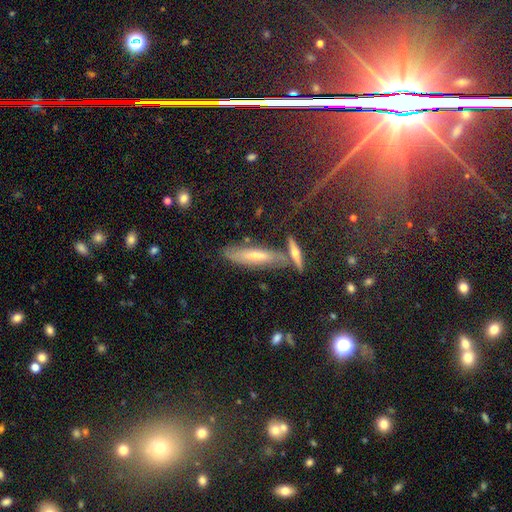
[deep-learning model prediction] Smooth or featured? Predicted: smooth (p=0.46). Merging? Predicted: none (p=0.71).